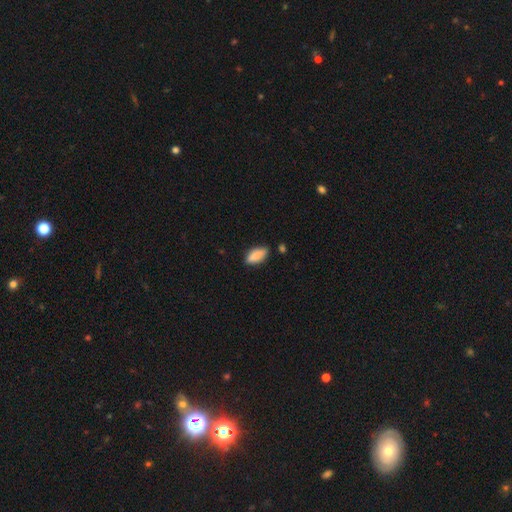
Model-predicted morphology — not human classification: This appears to be a smooth galaxy with no disk features (86%) that is in between round and cigar-shaped (82%). Merging: none (68%).